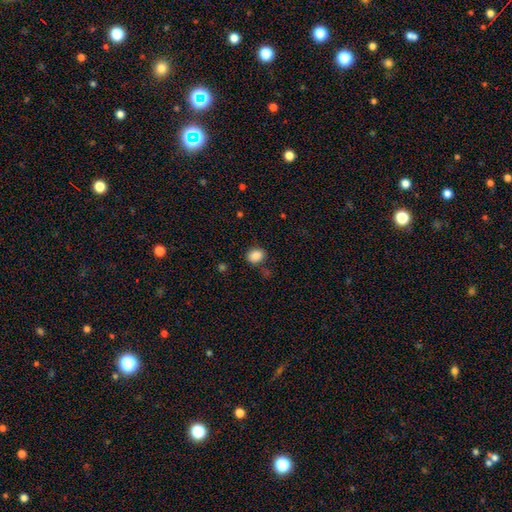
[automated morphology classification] Smooth or featured? Predicted: smooth (p=0.87). How rounded? Predicted: in between (p=0.52). Merging? Predicted: none (p=0.76).